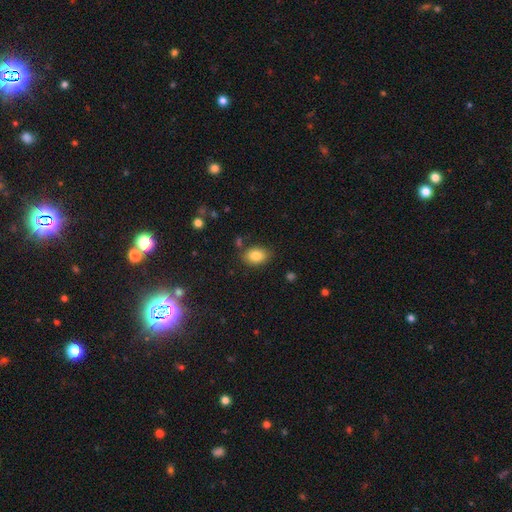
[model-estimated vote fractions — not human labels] This appears to be a smooth galaxy with no disk features (83%) that is in between round and cigar-shaped (79%). Merging: none (81%).